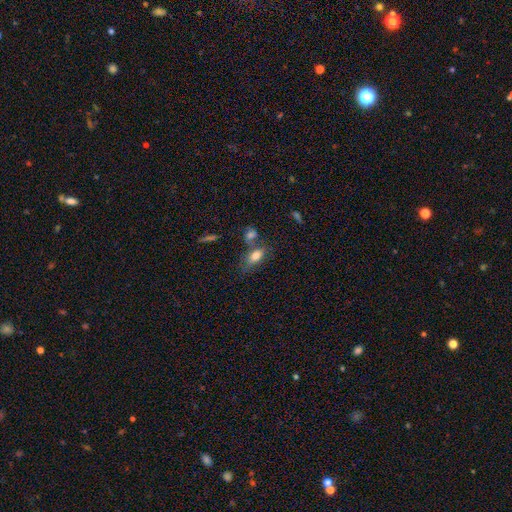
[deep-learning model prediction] Smooth or featured? Predicted: smooth (p=0.76). How rounded? Predicted: in between (p=0.83). Merging? Predicted: none (p=0.51).